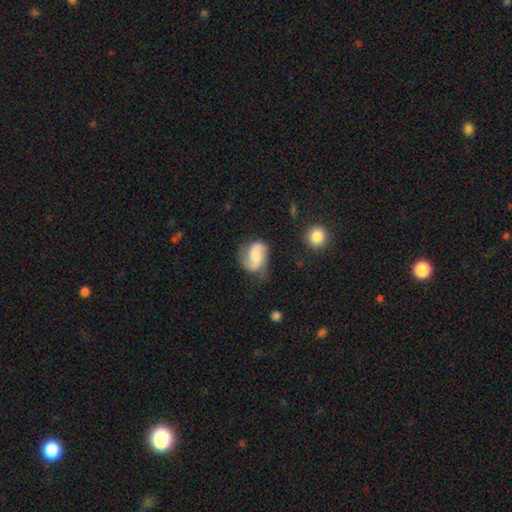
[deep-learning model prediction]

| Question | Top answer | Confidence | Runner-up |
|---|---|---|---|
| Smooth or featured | featured or disk | 74% | smooth (20%) |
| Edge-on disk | no | 98% | yes (2%) |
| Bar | no | 47% | weak (40%) |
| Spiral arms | yes | 95% | no (5%) |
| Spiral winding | medium | 44% | loose (40%) |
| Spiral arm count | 2 | 88% | can't tell (4%) |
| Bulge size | moderate | 35% | small (32%) |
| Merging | none | 62% | minor disturbance (24%) |